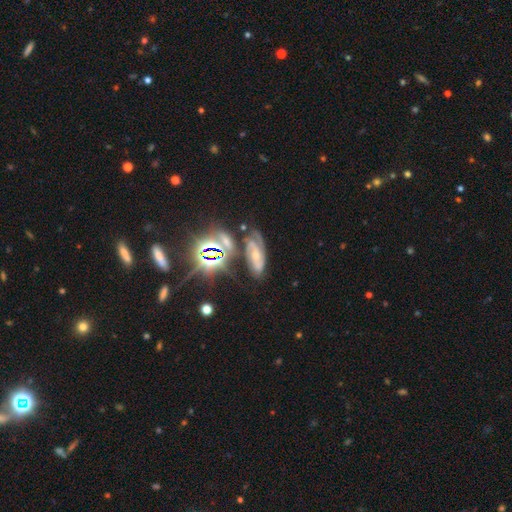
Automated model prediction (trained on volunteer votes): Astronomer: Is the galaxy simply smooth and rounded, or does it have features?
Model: featured or disk — 54%.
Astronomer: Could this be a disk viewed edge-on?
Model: no — 91%.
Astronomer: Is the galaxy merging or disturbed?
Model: none — 57%.